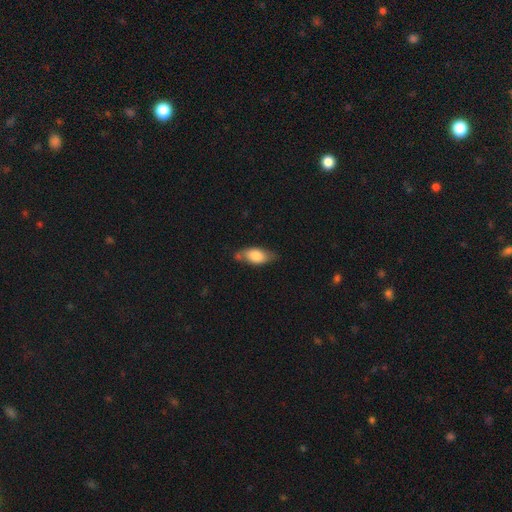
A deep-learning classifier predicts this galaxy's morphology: smooth_or_featured: smooth (p=0.74) [alt: featured or disk p=0.19]
how_rounded: in between (p=0.85) [alt: cigar-shaped p=0.11]
merging: none (p=0.61) [alt: minor disturbance p=0.27]